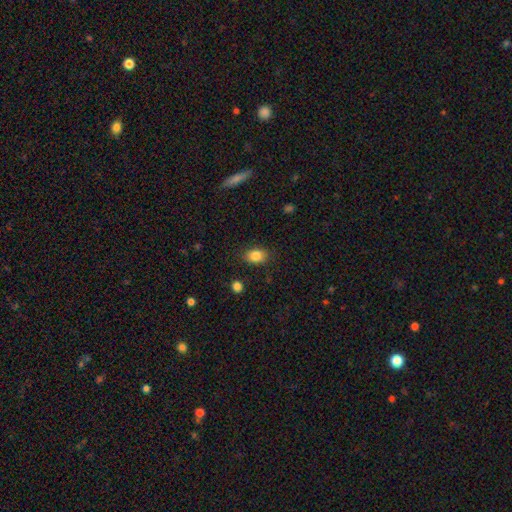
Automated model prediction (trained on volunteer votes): A smooth galaxy with no disk features (85%) that is in between round and cigar-shaped (74%). Merging: none (85%).